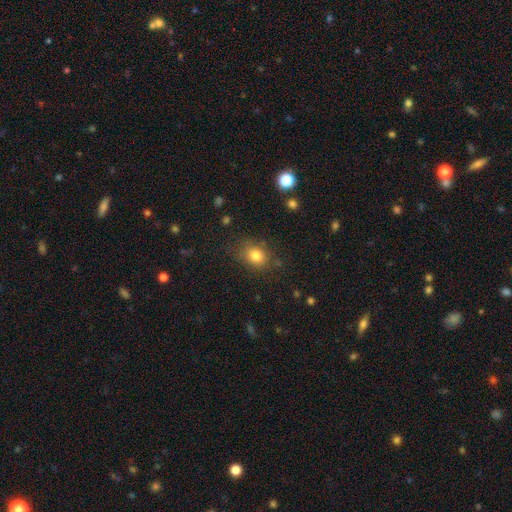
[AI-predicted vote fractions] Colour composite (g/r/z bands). It shows a smooth galaxy with no disk features (81%) that is in between round and cigar-shaped (51%). Merging: none (77%).